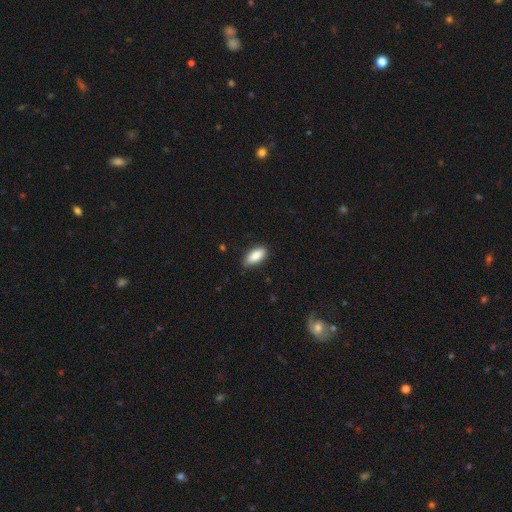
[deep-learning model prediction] Smooth or featured: smooth — 88% (star or artifact — 6%)
How rounded: in between — 87% (cigar-shaped — 10%)
Merging: none — 82% (minor disturbance — 15%)